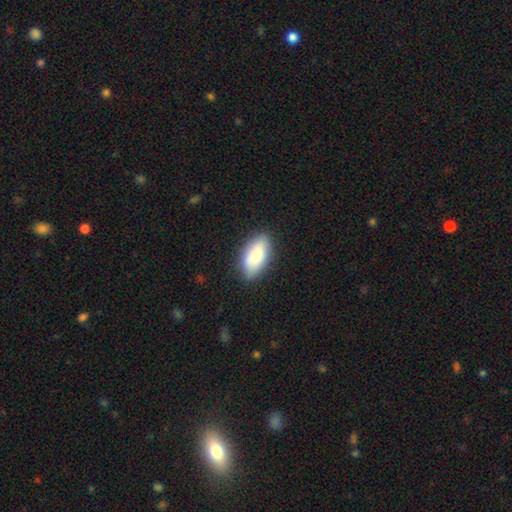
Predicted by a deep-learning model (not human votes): Overall: smooth (83%). How rounded: in between (90%). Merging: none (83%).